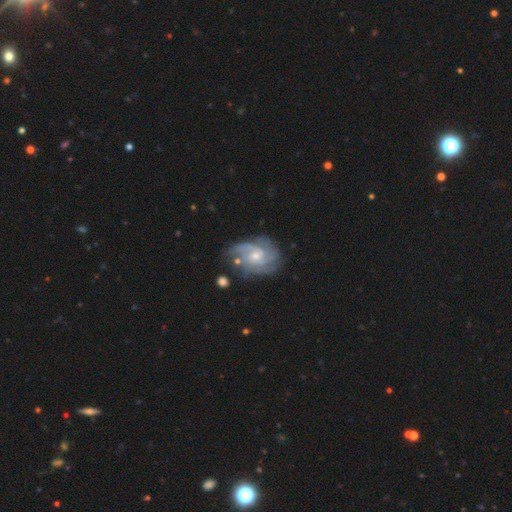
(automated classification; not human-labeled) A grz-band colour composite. It shows a featured or disk galaxy (87%) with no bar (61%), 3 (28%) tight (57%) spiral arms (97%) and a small central bulge (60%). Merging: none (65%).